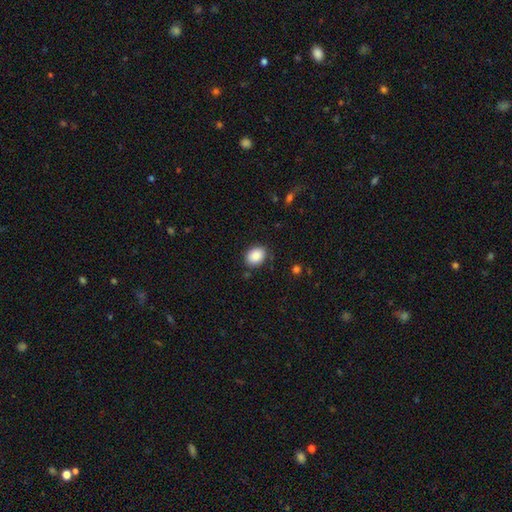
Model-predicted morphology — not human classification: This appears to be a smooth galaxy with no disk features (87%) that is in between round and cigar-shaped (63%). Merging: none (82%).